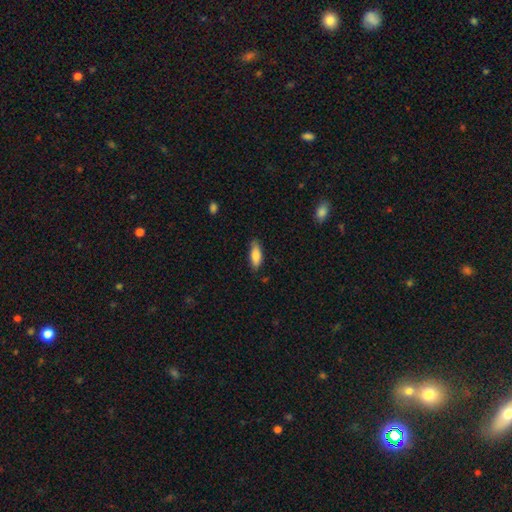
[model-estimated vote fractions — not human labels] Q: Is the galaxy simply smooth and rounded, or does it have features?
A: smooth — 82%.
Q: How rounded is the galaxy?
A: in between — 69%.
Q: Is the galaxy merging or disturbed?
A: none — 78%.